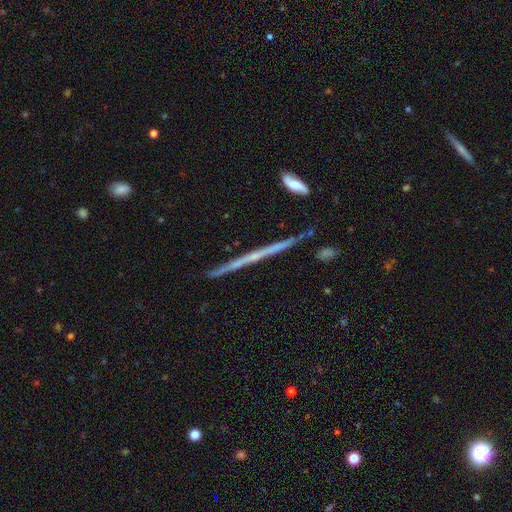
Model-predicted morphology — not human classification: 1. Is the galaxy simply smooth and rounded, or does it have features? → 69% featured or disk, 23% smooth, 7% star or artifact.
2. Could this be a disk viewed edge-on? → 97% yes, 3% no.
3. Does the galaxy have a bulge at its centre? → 80% none, 15% rounded, 5% boxy.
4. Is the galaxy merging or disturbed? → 86% none, 10% minor disturbance, 2% merger, 2% major disturbance.